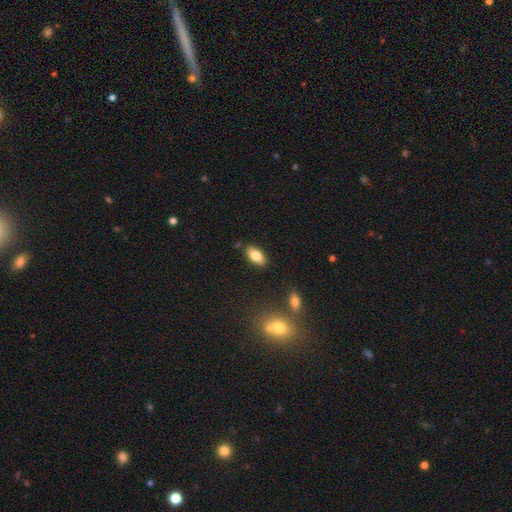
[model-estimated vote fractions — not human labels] Smooth or featured?
  - smooth: 78% *
  - featured or disk: 14%
  - star or artifact: 8%
How rounded?
  - in between: 88% *
  - cigar-shaped: 9%
  - round: 3%
Merging?
  - none: 86% *
  - minor disturbance: 10%
  - merger: 2%
  - major disturbance: 2%